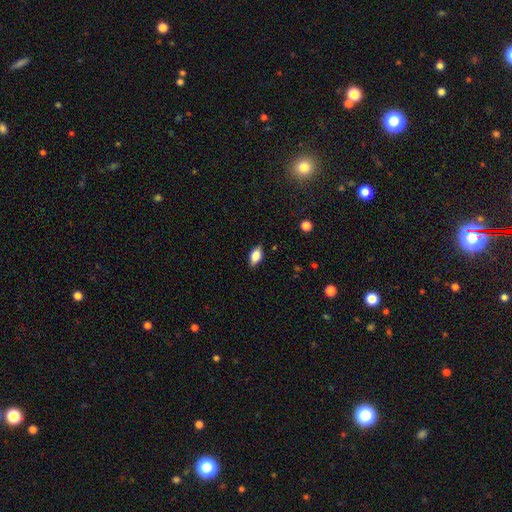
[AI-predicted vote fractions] A smooth galaxy with no disk features (81%) that is in between round and cigar-shaped (89%).

Vote fractions:
- Smooth or featured? smooth: 81% / featured or disk: 11% / star or artifact: 8%
- How rounded? in between: 89% / cigar-shaped: 6% / round: 6%
- Merging? none: 83% / minor disturbance: 13% / major disturbance: 3% / merger: 1%